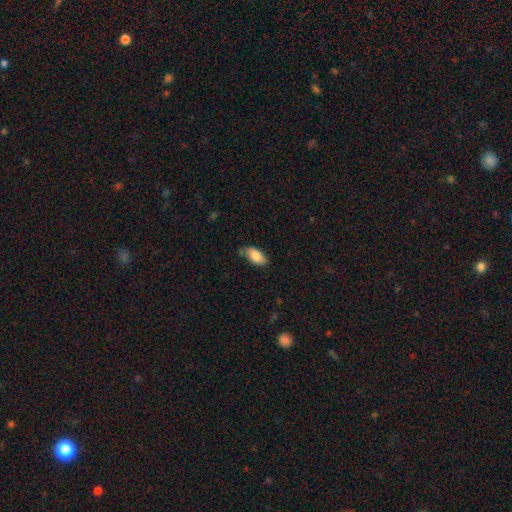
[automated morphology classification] type=smooth (85%); roundness=in between (93%); merging=none (74%).